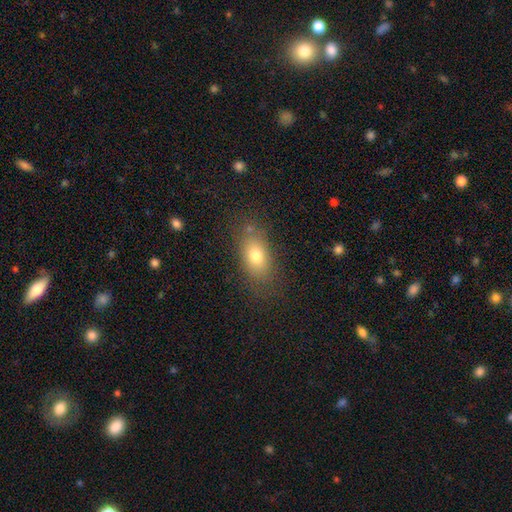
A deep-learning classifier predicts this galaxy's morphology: This appears to be a smooth galaxy with no disk features (75%) that is in between round and cigar-shaped (82%). Merging: none (76%).